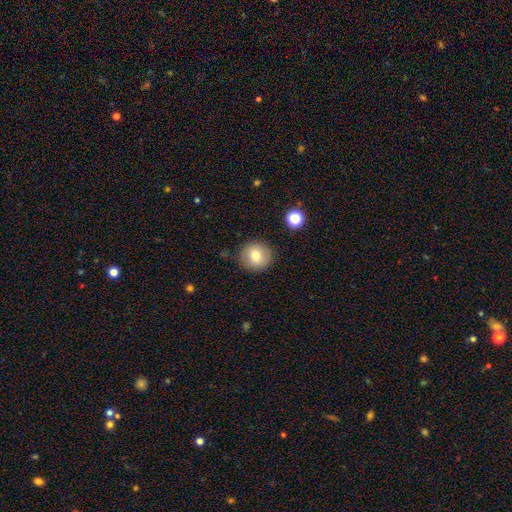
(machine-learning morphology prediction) A smooth galaxy with no disk features (75%) that is round (92%).

Vote fractions:
- Smooth or featured? smooth: 75% / featured or disk: 15% / star or artifact: 10%
- How rounded? round: 92% / in between: 7% / cigar-shaped: 1%
- Merging? none: 86% / minor disturbance: 9% / major disturbance: 3% / merger: 2%